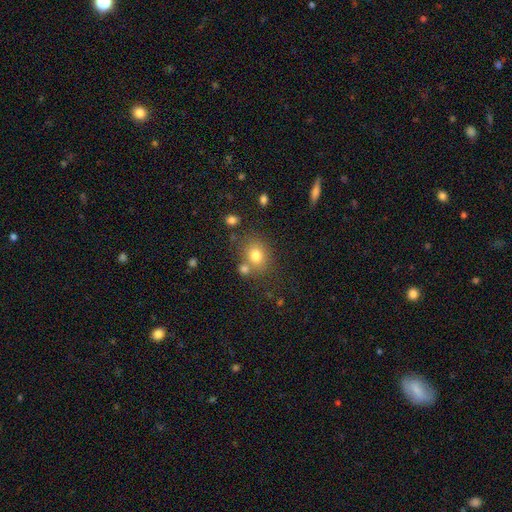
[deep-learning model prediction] Smooth or featured: smooth — 77% (star or artifact — 12%)
How rounded: round — 64% (in between — 35%)
Merging: none — 64% (merger — 19%)